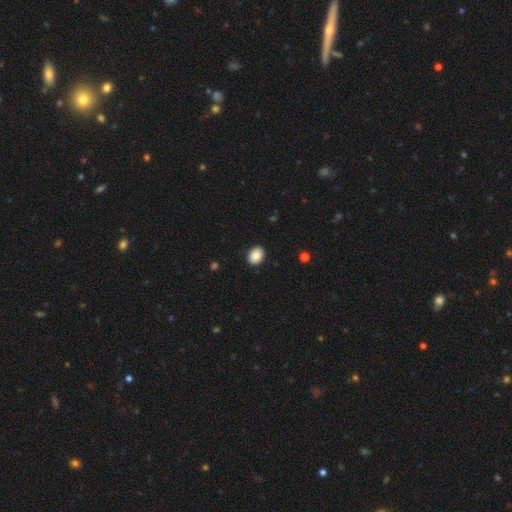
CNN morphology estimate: Overall: smooth (88%). How rounded: in between (66%; round 33%). Merging: none (89%).